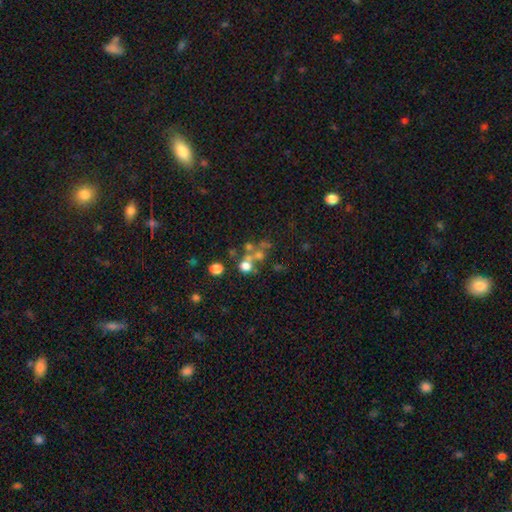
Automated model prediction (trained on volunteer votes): This appears to be a smooth galaxy with no disk features (46%). Merging: merger (42%).